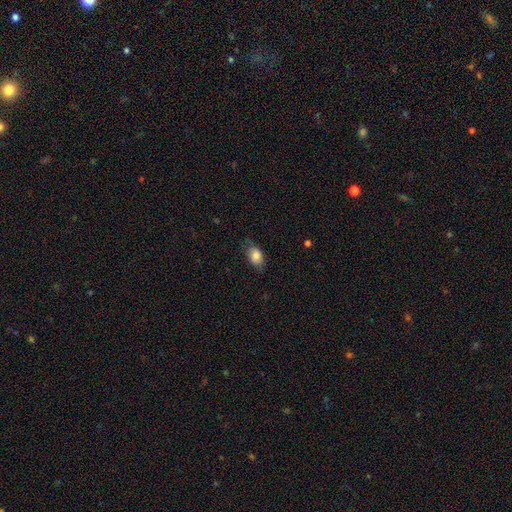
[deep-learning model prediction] Overall: smooth (83%). How rounded: in between (85%). Merging: none (69%).